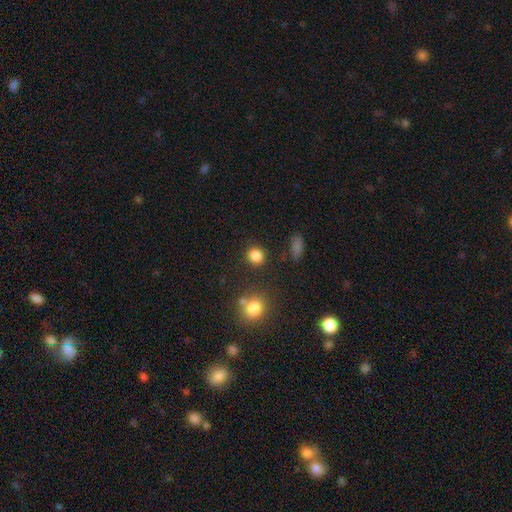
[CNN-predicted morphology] Smooth or featured: smooth — 85% (star or artifact — 11%)
How rounded: round — 83% (in between — 16%)
Merging: none — 84% (minor disturbance — 8%)